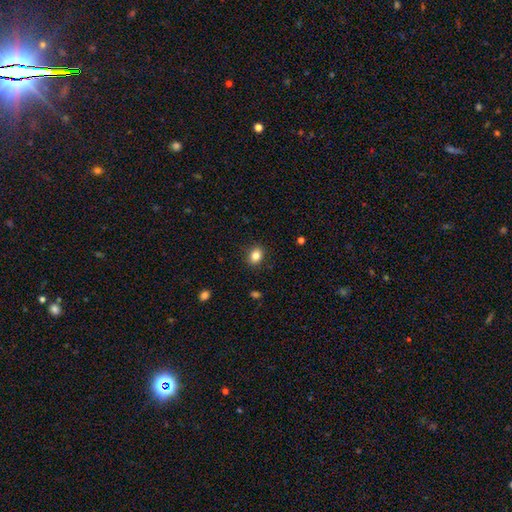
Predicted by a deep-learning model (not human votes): The model was most divided on "how rounded": in between: 50%, round: 49%, cigar-shaped: 1%. More confident: merging — none (89%); smooth or featured — smooth (83%).